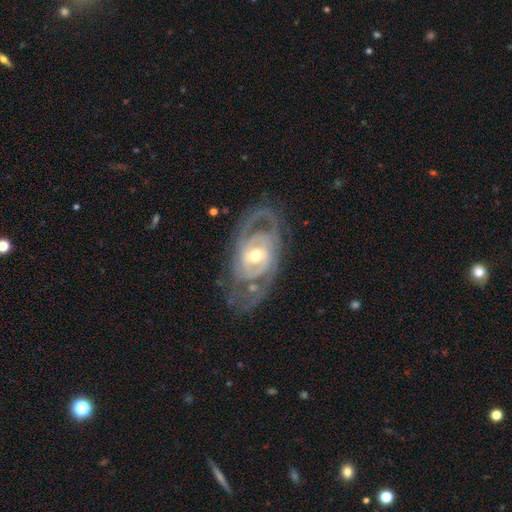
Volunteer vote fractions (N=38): Smooth or featured: featured or disk — 74% (smooth — 24%)
Edge-on disk: no — 93% (yes — 7%)
Bar: no — 58% (weak — 31%)
Spiral arms: yes — 81% (no — 19%)
Spiral winding: tight — 67% (medium — 33%)
Spiral arm count: 2 — 48% (can't tell — 29%)
Bulge size: moderate — 69% (small — 23%)
Merging: none — 65% (minor disturbance — 22%)